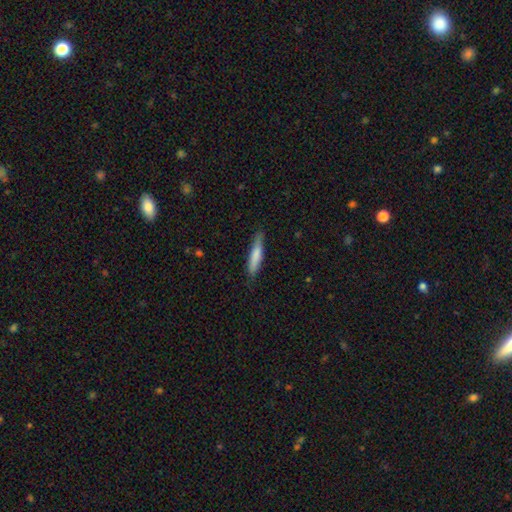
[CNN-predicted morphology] A smooth galaxy with no disk features (76%) that is cigar-shaped (84%).

Vote fractions:
- Smooth or featured? smooth: 76% / featured or disk: 18% / star or artifact: 5%
- How rounded? cigar-shaped: 84% / in between: 14% / round: 1%
- Merging? none: 79% / minor disturbance: 17% / major disturbance: 3% / merger: 1%